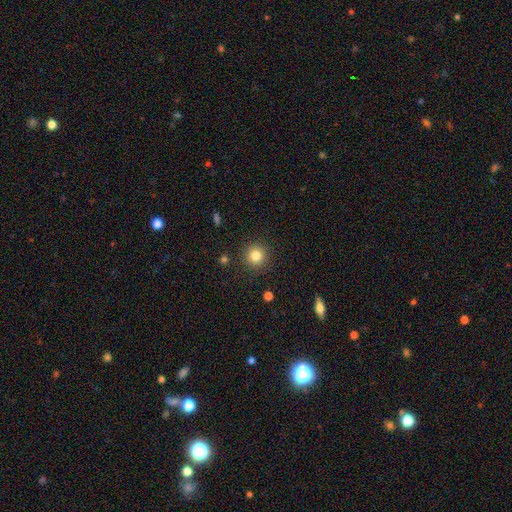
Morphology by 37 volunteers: type=smooth (89%); roundness=round (85%); merging=none (89%).